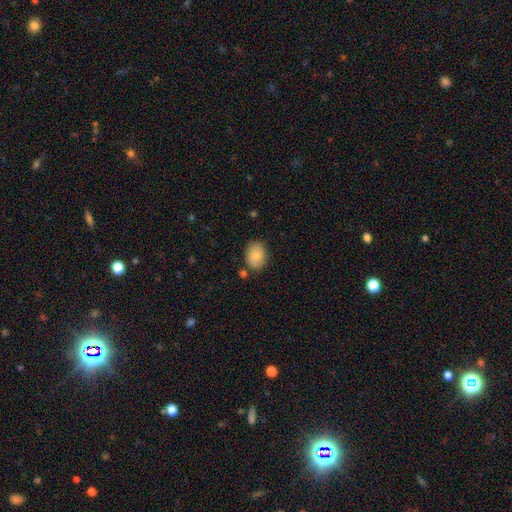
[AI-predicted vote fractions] A smooth galaxy with no disk features (82%) that is in between round and cigar-shaped (64%). Merging: none (81%).